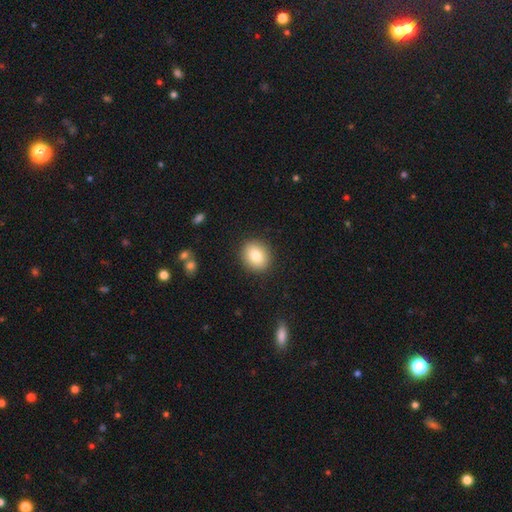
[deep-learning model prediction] This appears to be a smooth galaxy with no disk features (83%) that is round (63%). Merging: none (89%).